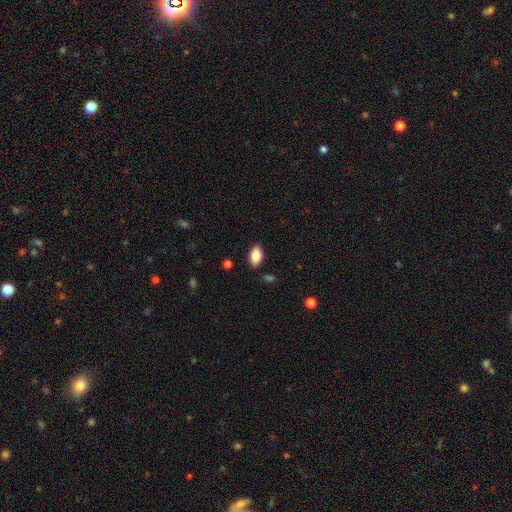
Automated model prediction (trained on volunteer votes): A smooth galaxy with no disk features (85%) that is in between round and cigar-shaped (93%).

Vote fractions:
- Smooth or featured? smooth: 85% / featured or disk: 7% / star or artifact: 7%
- How rounded? in between: 93% / round: 4% / cigar-shaped: 3%
- Merging? none: 86% / minor disturbance: 10% / major disturbance: 2% / merger: 2%